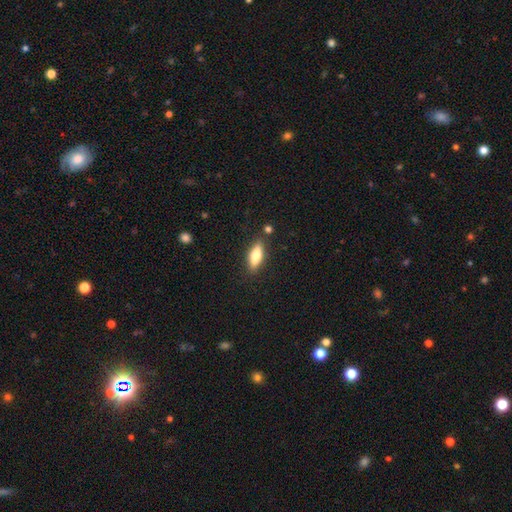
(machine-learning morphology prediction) Smooth or featured?
  - smooth: 68% *
  - featured or disk: 25%
  - star or artifact: 7%
How rounded?
  - in between: 62% *
  - cigar-shaped: 35%
  - round: 3%
Merging?
  - none: 84% *
  - minor disturbance: 10%
  - merger: 3%
  - major disturbance: 2%